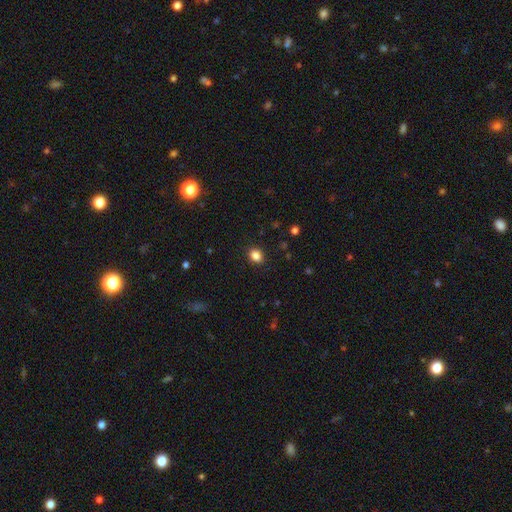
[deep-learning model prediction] smooth-or-featured: smooth: 85% | star or artifact: 11% | featured or disk: 4%
  how-rounded: round: 51% | in between: 48% | cigar-shaped: 1%
  merging: none: 90% | minor disturbance: 7% | major disturbance: 2% | merger: 1%